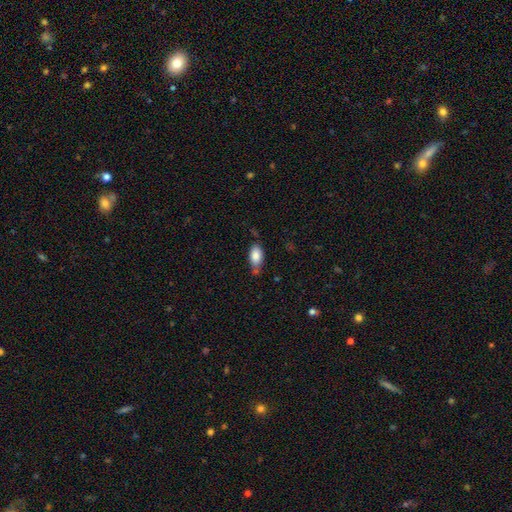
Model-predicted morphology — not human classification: smooth_or_featured: smooth (p=0.84) [alt: featured or disk p=0.08]
how_rounded: in between (p=0.91) [alt: cigar-shaped p=0.05]
merging: none (p=0.62) [alt: minor disturbance p=0.24]